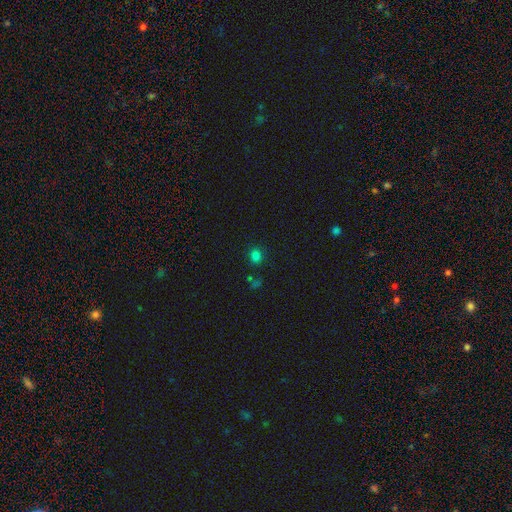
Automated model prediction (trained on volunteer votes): A smooth galaxy with no disk features (78%) that is round (75%).

Vote fractions:
- Smooth or featured? smooth: 78% / star or artifact: 17% / featured or disk: 5%
- How rounded? round: 75% / in between: 24% / cigar-shaped: 1%
- Merging? none: 85% / minor disturbance: 8% / merger: 4% / major disturbance: 3%